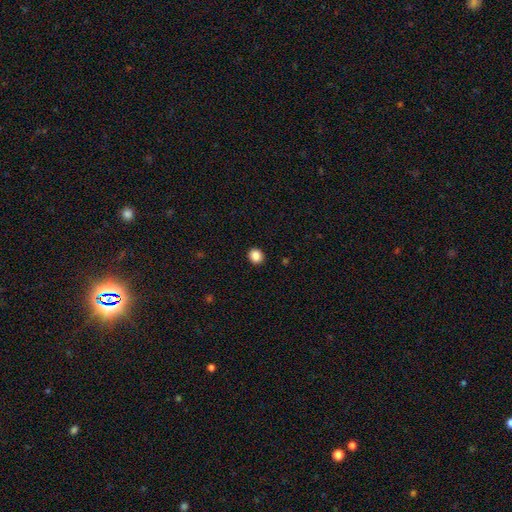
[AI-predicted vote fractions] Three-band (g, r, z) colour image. It shows a smooth galaxy with no disk features (87%) that is round (77%). Merging: none (92%).